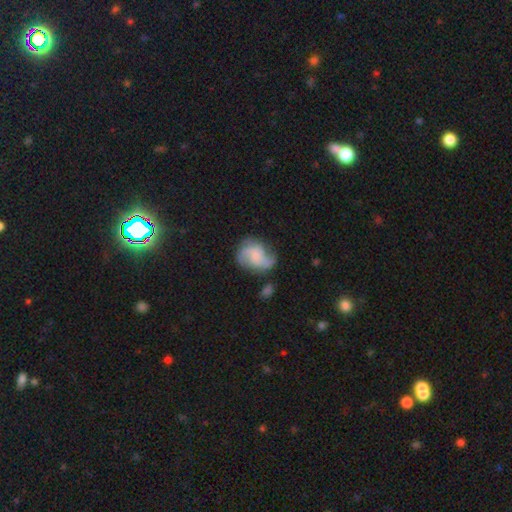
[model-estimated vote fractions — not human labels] featured or disk 69%, smooth 24%, star or artifact 7%. Down the decision tree: edge-on disk — no (98%); bar — no (59%); spiral arms — yes (91%); spiral arm count — 2 (57%); spiral winding — loose (43%); bulge size — small (59%); merging — none (54%).